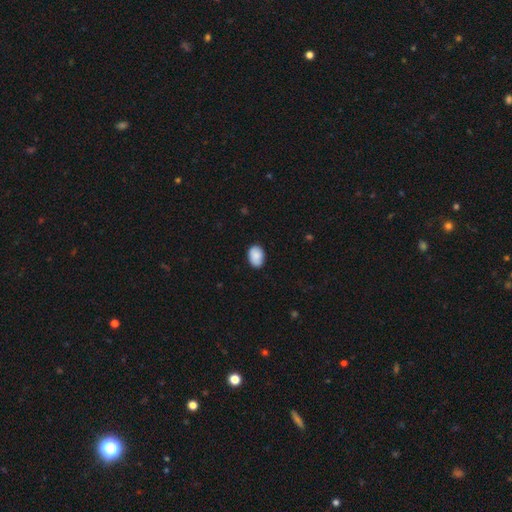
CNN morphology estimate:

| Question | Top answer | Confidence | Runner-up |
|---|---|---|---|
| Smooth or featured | smooth | 89% | star or artifact (7%) |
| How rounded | in between | 83% | round (16%) |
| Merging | none | 84% | minor disturbance (13%) |